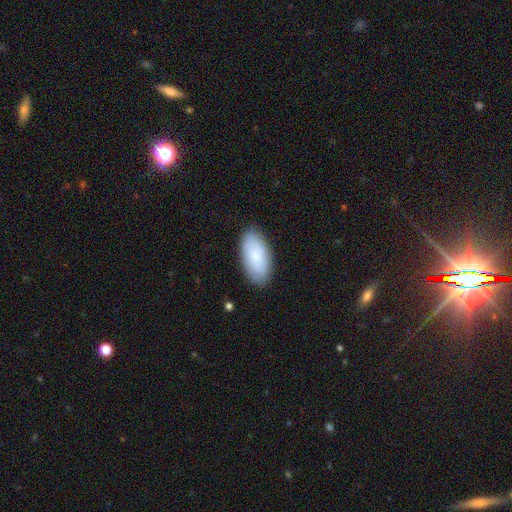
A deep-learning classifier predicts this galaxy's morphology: type=smooth (81%); roundness=in between (94%); merging=none (86%).